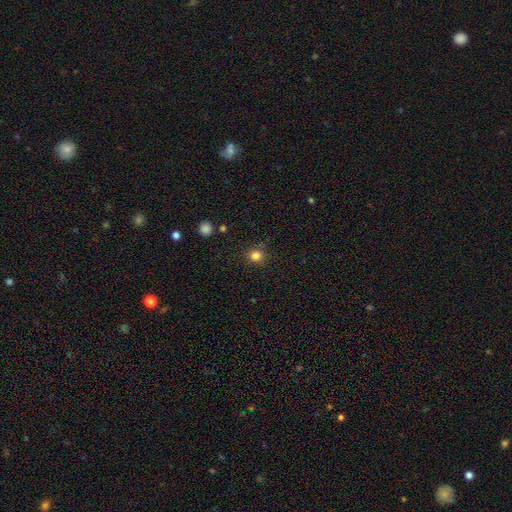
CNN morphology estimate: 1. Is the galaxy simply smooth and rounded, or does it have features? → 82% smooth, 13% star or artifact, 5% featured or disk.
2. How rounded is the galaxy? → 89% round, 10% in between, 1% cigar-shaped.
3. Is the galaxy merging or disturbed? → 84% none, 10% minor disturbance, 3% major disturbance, 3% merger.